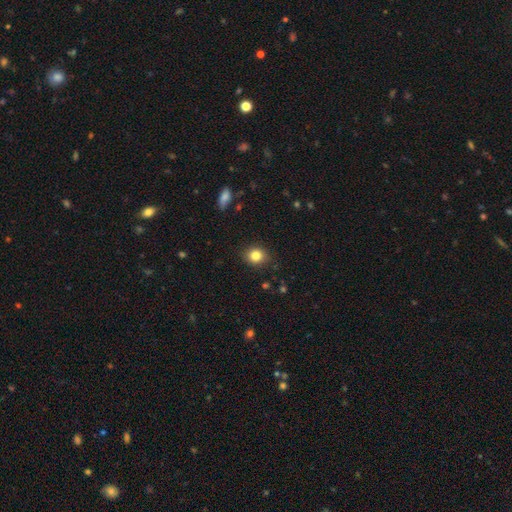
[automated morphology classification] Smooth or featured? smooth (83%)
How rounded? round (73%)
Merging? none (87%)